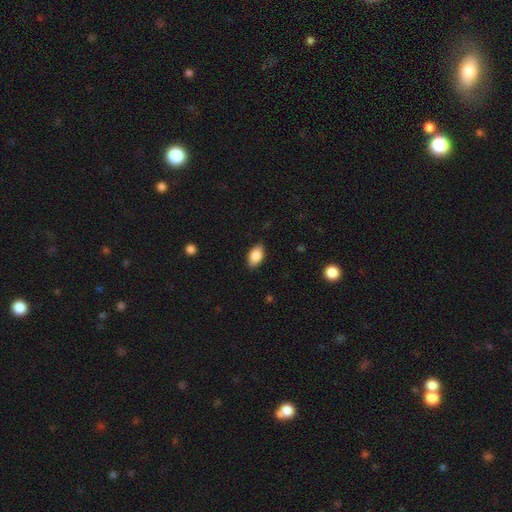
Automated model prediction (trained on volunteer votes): Smooth or featured? smooth (87%)
How rounded? in between (92%)
Merging? none (85%)